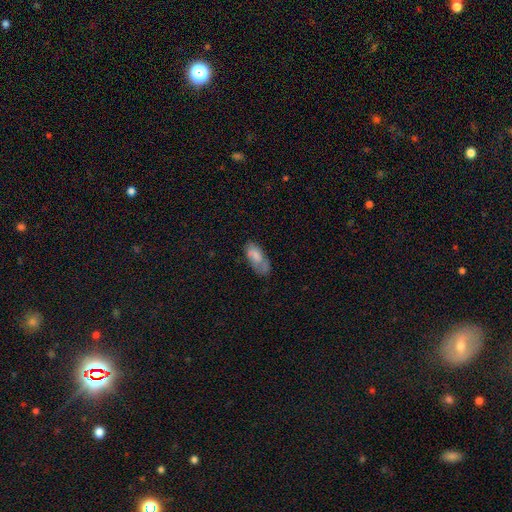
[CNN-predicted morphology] The model was most divided on "merging": none: 48%, minor disturbance: 31%, major disturbance: 15%, merger: 6%. More confident: how rounded — in between (87%); smooth or featured — smooth (73%).